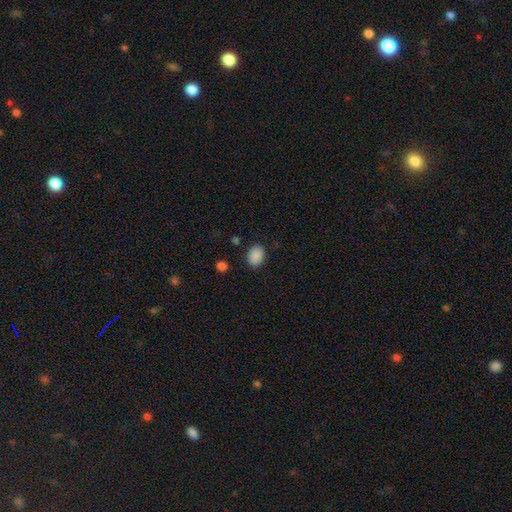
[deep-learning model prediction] Smooth or featured? Predicted: smooth (p=0.89). How rounded? Predicted: in between (p=0.69). Merging? Predicted: none (p=0.84).